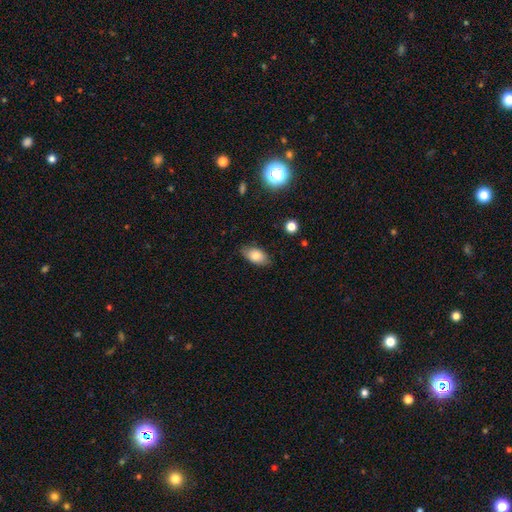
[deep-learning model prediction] smooth-or-featured: smooth: 81% | featured or disk: 11% | star or artifact: 8%
  how-rounded: in between: 91% | round: 5% | cigar-shaped: 3%
  merging: none: 81% | minor disturbance: 15% | major disturbance: 3% | merger: 1%